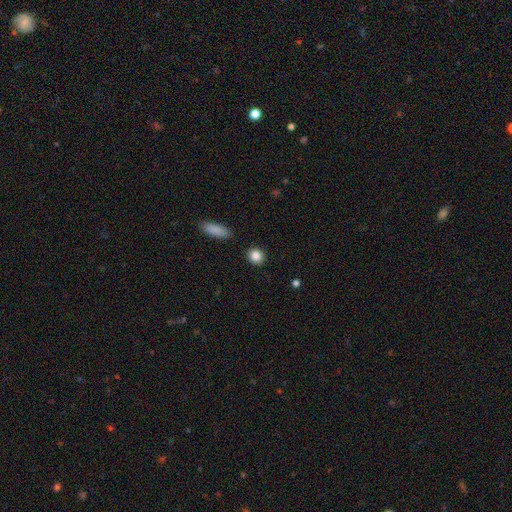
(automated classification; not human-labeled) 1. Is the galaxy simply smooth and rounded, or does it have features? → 86% smooth, 9% star or artifact, 5% featured or disk.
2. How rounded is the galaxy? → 78% round, 20% in between, 2% cigar-shaped.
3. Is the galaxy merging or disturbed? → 89% none, 7% minor disturbance, 2% merger, 2% major disturbance.